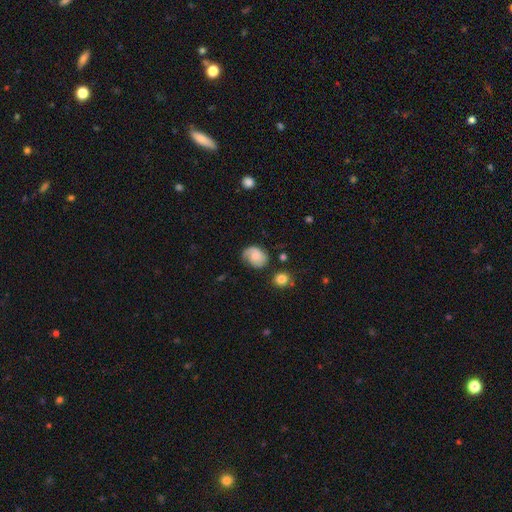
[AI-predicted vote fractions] Smooth or featured? Predicted: smooth (p=0.51). How rounded? Predicted: in between (p=0.57). Merging? Predicted: none (p=0.59).